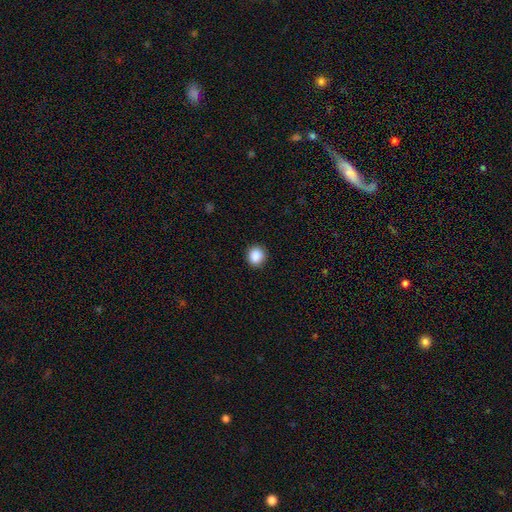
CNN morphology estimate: Q: Smooth or featured?
A: smooth (88%); runner-up: star or artifact (9%)
Q: How rounded?
A: round (85%); runner-up: in between (14%)
Q: Merging?
A: none (90%); runner-up: minor disturbance (7%)